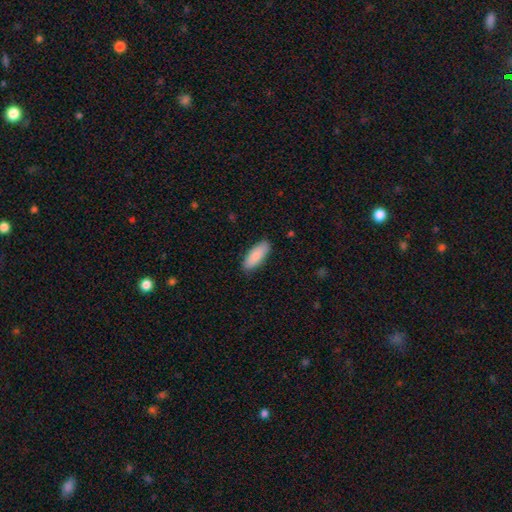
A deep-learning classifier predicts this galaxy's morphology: Smooth or featured: smooth — 89% (featured or disk — 6%)
How rounded: in between — 74% (cigar-shaped — 24%)
Merging: none — 87% (minor disturbance — 10%)